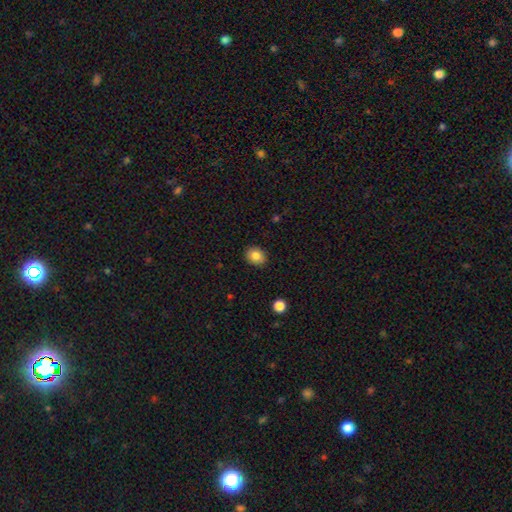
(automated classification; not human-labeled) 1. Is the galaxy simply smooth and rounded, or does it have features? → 83% smooth, 9% star or artifact, 8% featured or disk.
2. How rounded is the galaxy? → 56% round, 43% in between, 1% cigar-shaped.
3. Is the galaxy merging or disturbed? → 89% none, 8% minor disturbance, 2% major disturbance, 1% merger.